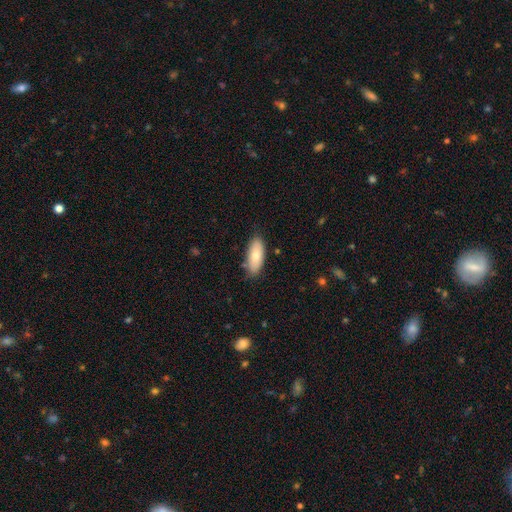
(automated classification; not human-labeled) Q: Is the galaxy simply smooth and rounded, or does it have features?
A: smooth — 78%.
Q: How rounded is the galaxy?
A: in between — 83%.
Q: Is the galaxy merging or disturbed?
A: none — 80%.